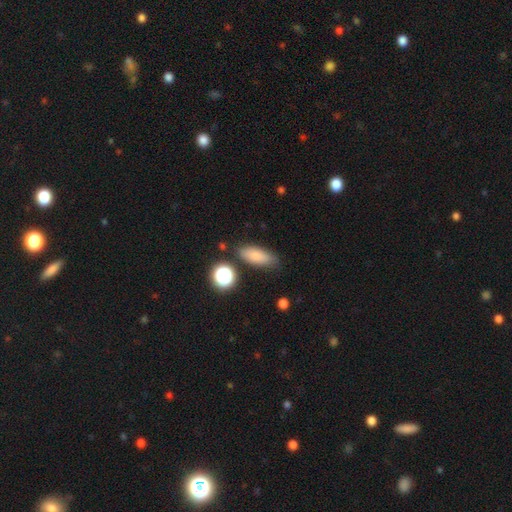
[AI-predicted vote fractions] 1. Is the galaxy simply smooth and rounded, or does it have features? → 81% smooth, 10% star or artifact, 9% featured or disk.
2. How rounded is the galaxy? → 73% in between, 21% cigar-shaped, 6% round.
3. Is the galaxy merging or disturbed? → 77% none, 15% minor disturbance, 4% merger, 4% major disturbance.